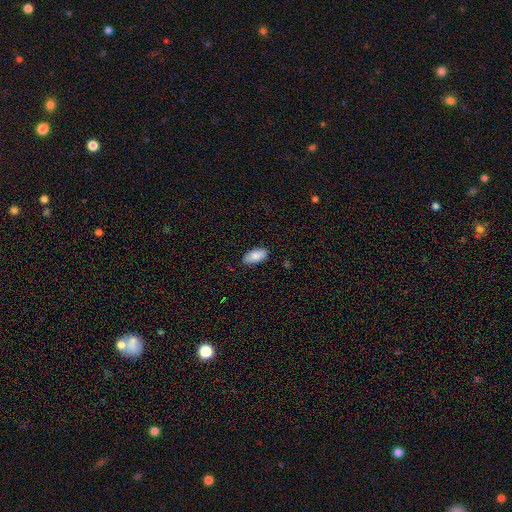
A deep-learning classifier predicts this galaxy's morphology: Smooth or featured? smooth (85%)
How rounded? in between (94%)
Merging? none (86%)